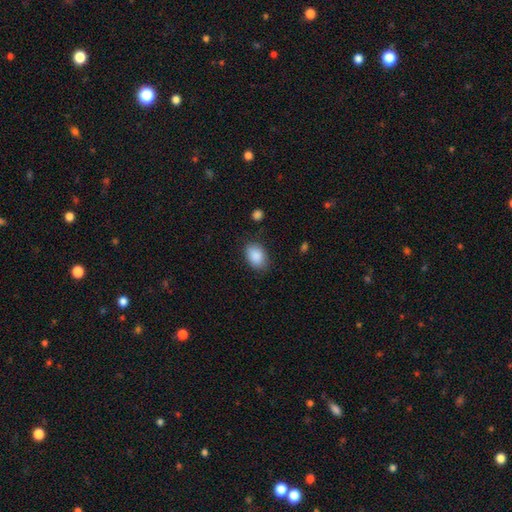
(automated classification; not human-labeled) Smooth or featured?
  - smooth: 89% *
  - star or artifact: 7%
  - featured or disk: 4%
How rounded?
  - in between: 82% *
  - round: 16%
  - cigar-shaped: 1%
Merging?
  - none: 80% *
  - minor disturbance: 15%
  - major disturbance: 4%
  - merger: 2%